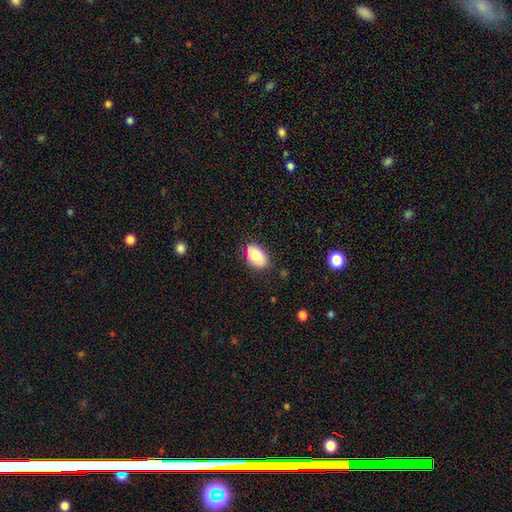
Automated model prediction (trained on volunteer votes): smooth-or-featured: smooth: 82% | featured or disk: 10% | star or artifact: 8%
  how-rounded: in between: 89% | round: 10% | cigar-shaped: 1%
  merging: none: 80% | minor disturbance: 15% | major disturbance: 3% | merger: 1%